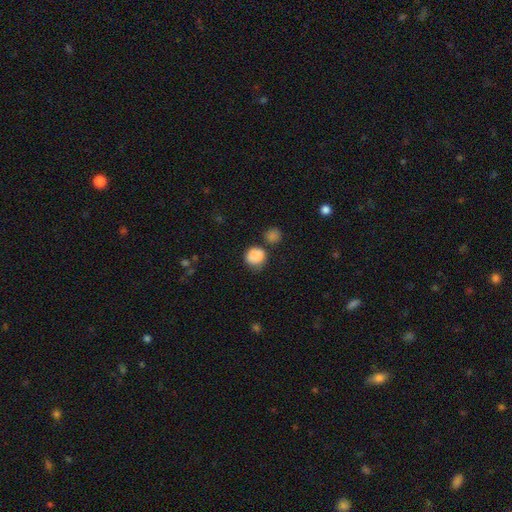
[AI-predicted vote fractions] Smooth or featured? Predicted: smooth (p=0.84). How rounded? Predicted: round (p=0.82). Merging? Predicted: none (p=0.64).